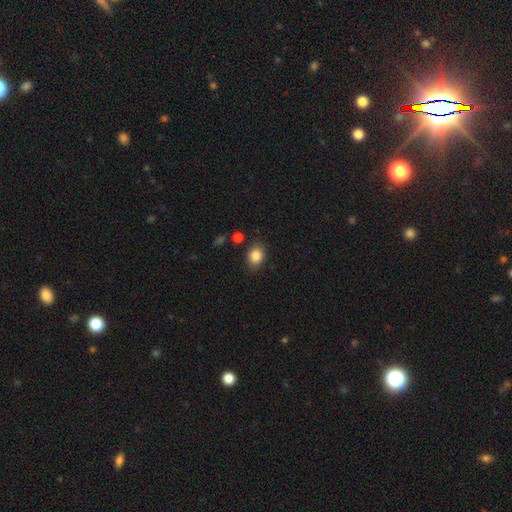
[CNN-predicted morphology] This is clearly a smooth galaxy (86%). How rounded: possibly round (50%). Merging: clearly none (84%).